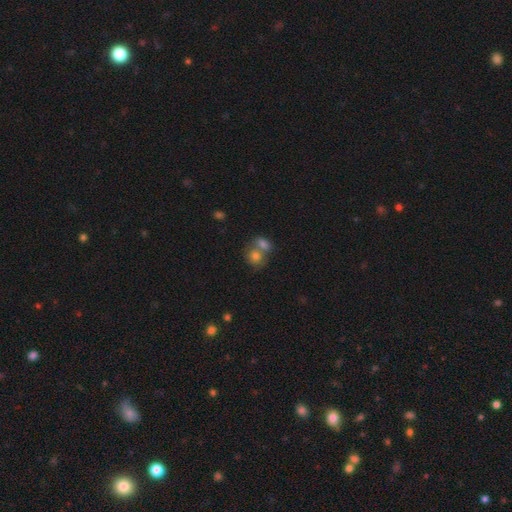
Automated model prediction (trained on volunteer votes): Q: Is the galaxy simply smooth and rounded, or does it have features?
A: smooth — 76%.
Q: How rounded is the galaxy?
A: round — 61%.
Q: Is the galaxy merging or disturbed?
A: merger — 59%.